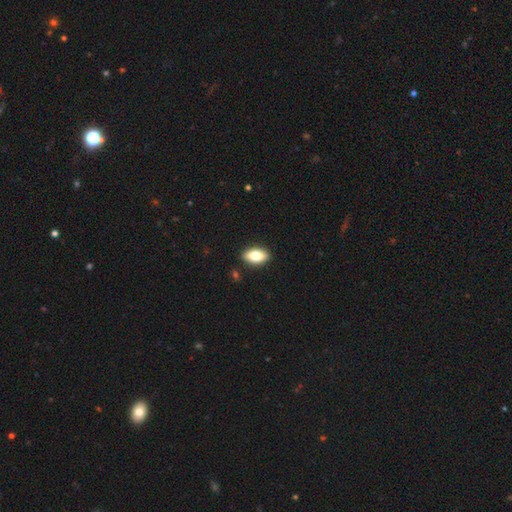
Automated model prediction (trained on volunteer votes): The model was most divided on "smooth or featured": smooth: 77%, featured or disk: 16%, star or artifact: 7%. More confident: how rounded — in between (90%); merging — none (90%).